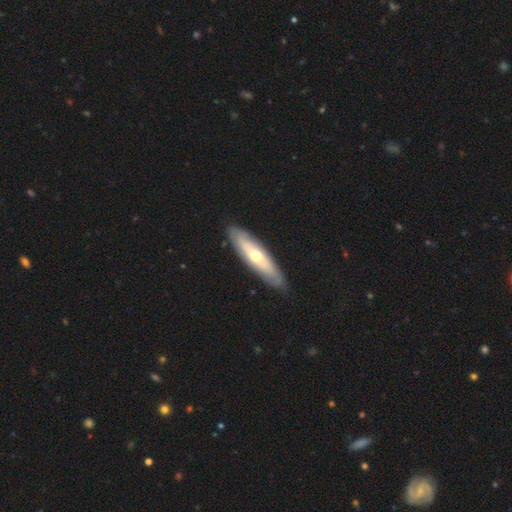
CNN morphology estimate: smooth_or_featured: featured or disk (p=0.54) [alt: smooth p=0.41]
disk_edge_on: no (p=0.52) [alt: yes p=0.48]
merging: none (p=0.85) [alt: minor disturbance p=0.11]